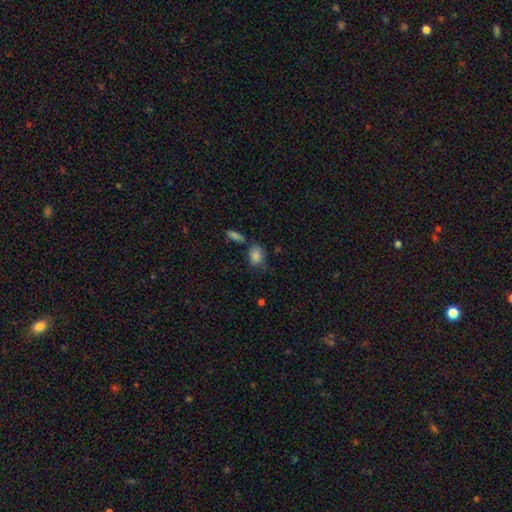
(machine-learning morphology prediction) smooth 84%, star or artifact 8%, featured or disk 8%. Down the decision tree: how rounded — in between (72%); merging — none (58%).